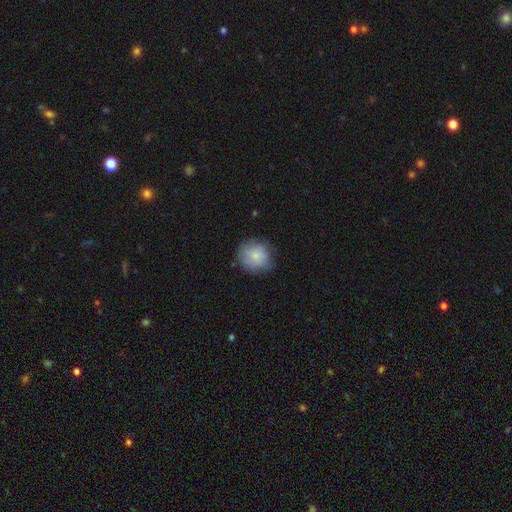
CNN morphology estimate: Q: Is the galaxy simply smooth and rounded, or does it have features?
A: smooth — 81%.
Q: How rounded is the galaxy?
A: round — 85%.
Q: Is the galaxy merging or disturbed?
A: none — 75%.